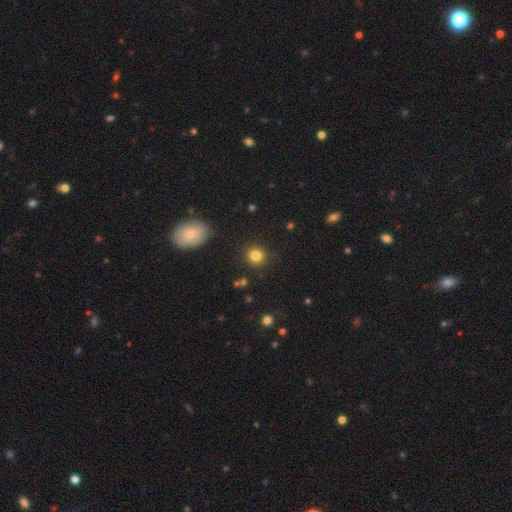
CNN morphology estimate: Smooth or featured?
  - smooth: 83% *
  - star or artifact: 12%
  - featured or disk: 6%
How rounded?
  - round: 89% *
  - in between: 10%
  - cigar-shaped: 1%
Merging?
  - none: 89% *
  - minor disturbance: 7%
  - major disturbance: 3%
  - merger: 2%